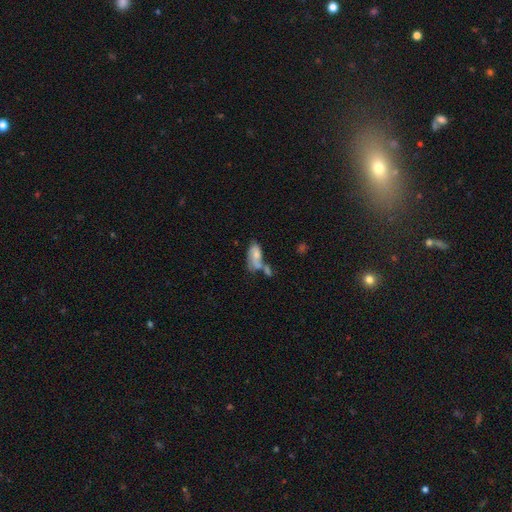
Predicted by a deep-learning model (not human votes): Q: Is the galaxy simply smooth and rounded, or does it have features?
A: smooth — 59%.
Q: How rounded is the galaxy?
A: in between — 87%.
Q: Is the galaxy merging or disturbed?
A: merger — 41%.